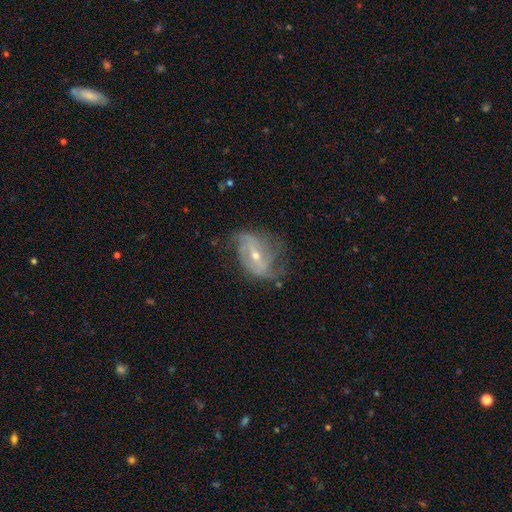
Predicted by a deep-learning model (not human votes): Smooth or featured?
  - featured or disk: 80% *
  - smooth: 12%
  - star or artifact: 8%
Edge-on disk?
  - no: 95% *
  - yes: 5%
Bar?
  - weak: 41% *
  - strong: 35%
  - no: 24%
Spiral arms?
  - yes: 84% *
  - no: 16%
Spiral winding?
  - medium: 39% *
  - loose: 34%
  - tight: 27%
Spiral arm count?
  - 2: 56% *
  - can't tell: 24%
  - 3: 9%
  - 1: 6%
  - 4: 3%
  - more than 4: 2%
Bulge size?
  - moderate: 49% *
  - small: 48%
  - large: 1%
  - none: 1%
  - dominant: 1%
Merging?
  - none: 54% *
  - minor disturbance: 28%
  - major disturbance: 17%
  - merger: 2%